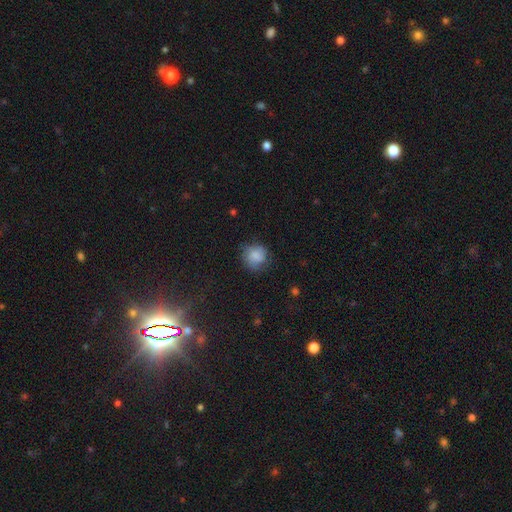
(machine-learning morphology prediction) smooth 78%, featured or disk 13%, star or artifact 9%. Down the decision tree: how rounded — round (86%); merging — none (68%).